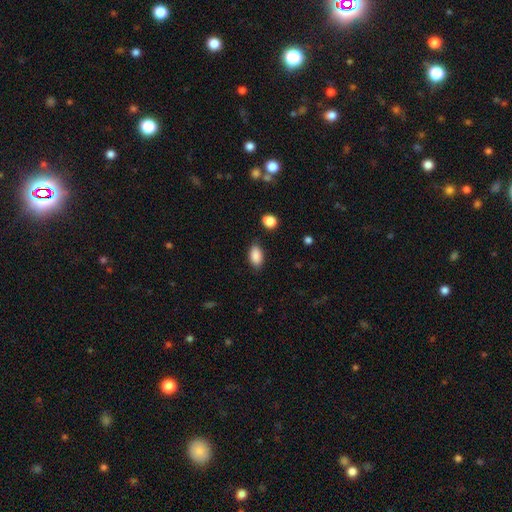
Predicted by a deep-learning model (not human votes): Smooth or featured: smooth — 89% (star or artifact — 8%)
How rounded: in between — 91% (round — 6%)
Merging: none — 83% (minor disturbance — 12%)